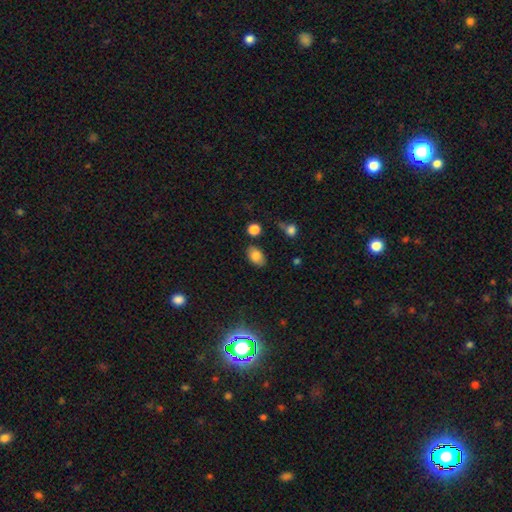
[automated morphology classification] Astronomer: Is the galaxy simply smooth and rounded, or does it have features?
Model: smooth — 81%.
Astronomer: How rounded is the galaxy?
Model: in between — 88%.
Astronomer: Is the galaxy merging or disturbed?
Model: none — 81%.